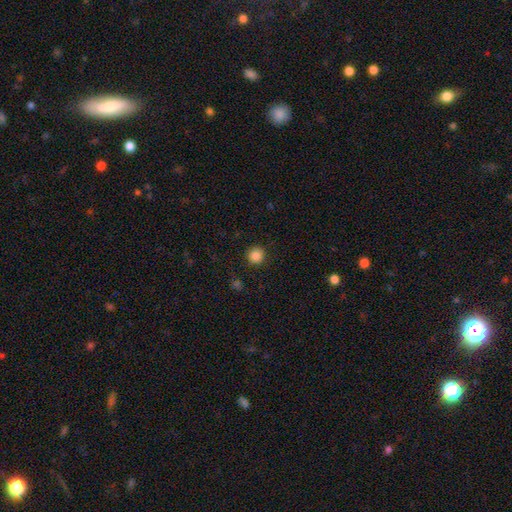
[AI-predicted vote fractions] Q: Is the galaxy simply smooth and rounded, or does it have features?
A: smooth — 86%.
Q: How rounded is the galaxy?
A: round — 93%.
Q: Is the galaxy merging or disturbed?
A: none — 91%.